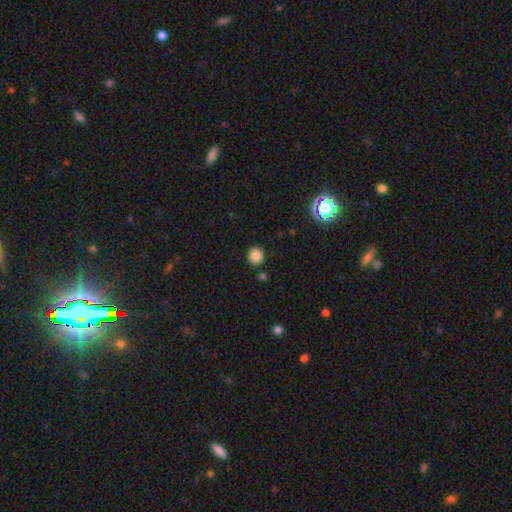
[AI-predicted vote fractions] The model was most divided on "smooth or featured": smooth: 84%, star or artifact: 12%, featured or disk: 4%. More confident: how rounded — round (88%); merging — none (87%).